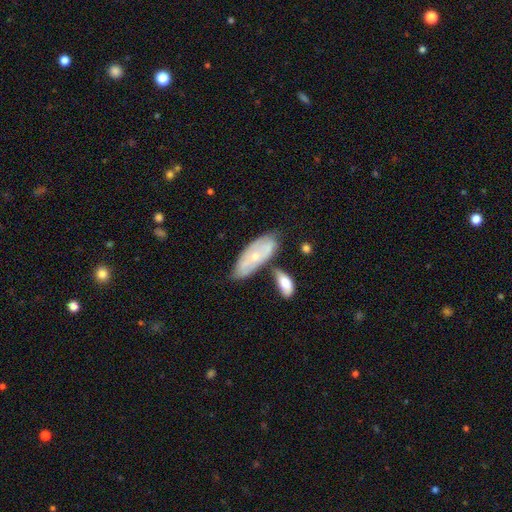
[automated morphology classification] Smooth or featured: featured or disk — 52% (smooth — 42%)
Edge-on disk: no — 83% (yes — 17%)
Merging: none — 53% (minor disturbance — 23%)